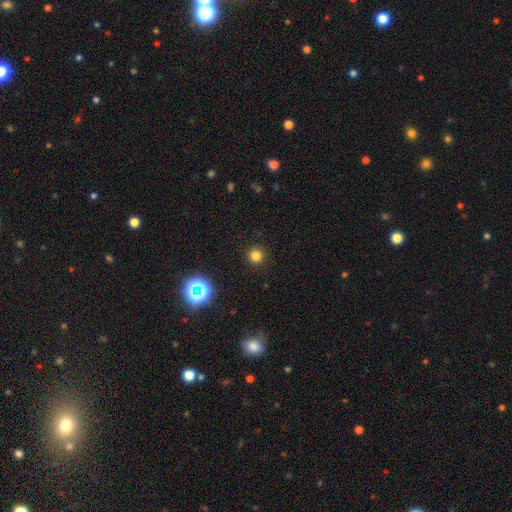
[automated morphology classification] Q: Smooth or featured?
A: smooth (78%); runner-up: star or artifact (17%)
Q: How rounded?
A: round (95%); runner-up: in between (4%)
Q: Merging?
A: none (92%); runner-up: minor disturbance (5%)